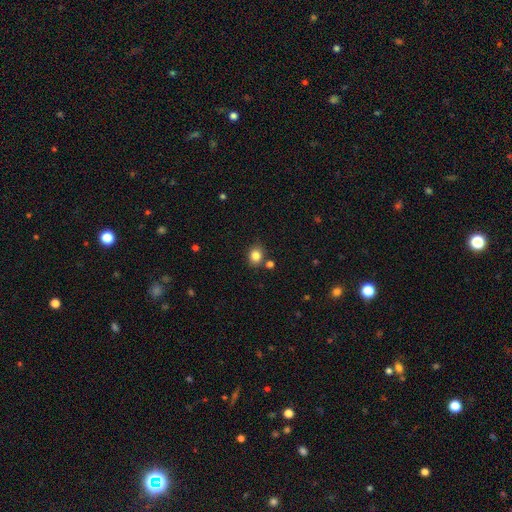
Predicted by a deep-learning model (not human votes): This is clearly a smooth galaxy (83%). How rounded: likely round (60%). Merging: likely none (78%).